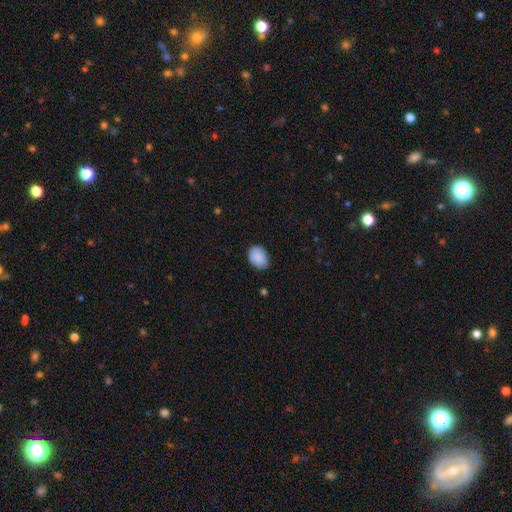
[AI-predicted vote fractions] Smooth or featured: smooth — 89% (star or artifact — 7%)
How rounded: in between — 78% (round — 21%)
Merging: none — 79% (minor disturbance — 17%)